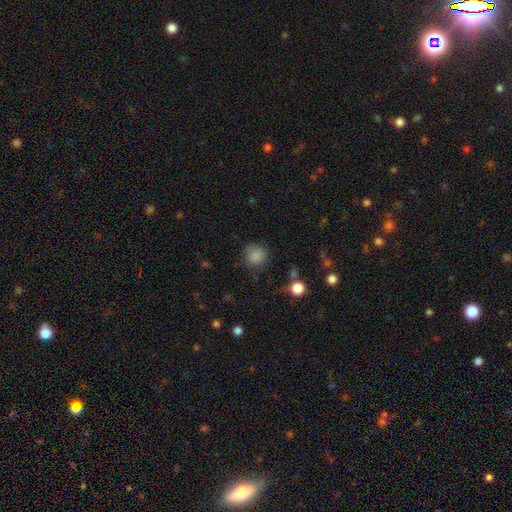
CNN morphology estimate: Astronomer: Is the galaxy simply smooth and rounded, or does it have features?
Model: smooth — 84%.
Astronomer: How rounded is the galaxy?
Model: round — 90%.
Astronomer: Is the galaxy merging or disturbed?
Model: none — 74%.